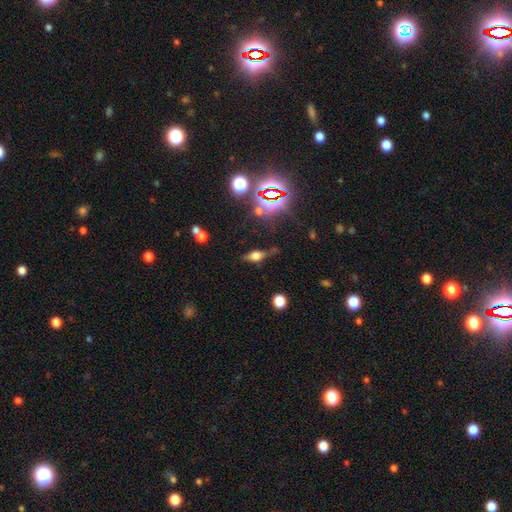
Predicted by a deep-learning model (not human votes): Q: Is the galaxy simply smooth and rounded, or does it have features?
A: smooth — 43%.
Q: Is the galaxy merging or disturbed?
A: none — 66%.